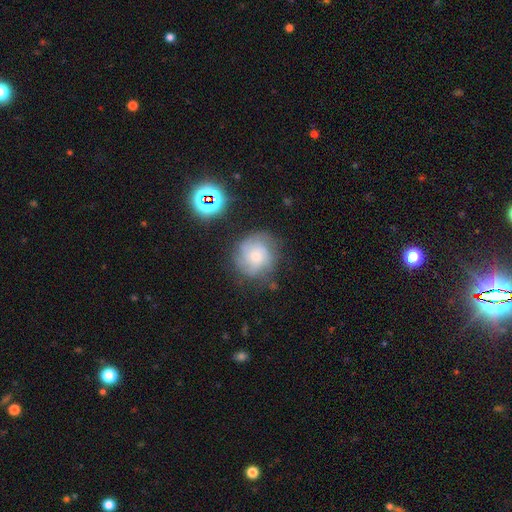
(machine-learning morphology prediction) Smooth or featured?
  - featured or disk: 52% *
  - smooth: 37%
  - star or artifact: 11%
Edge-on disk?
  - no: 97% *
  - yes: 3%
Bar?
  - no: 79% *
  - weak: 18%
  - strong: 3%
Spiral arms?
  - yes: 83% *
  - no: 17%
Bulge size?
  - small: 46% *
  - moderate: 42%
  - large: 6%
  - none: 5%
  - dominant: 2%
Merging?
  - none: 67% *
  - minor disturbance: 20%
  - major disturbance: 9%
  - merger: 4%